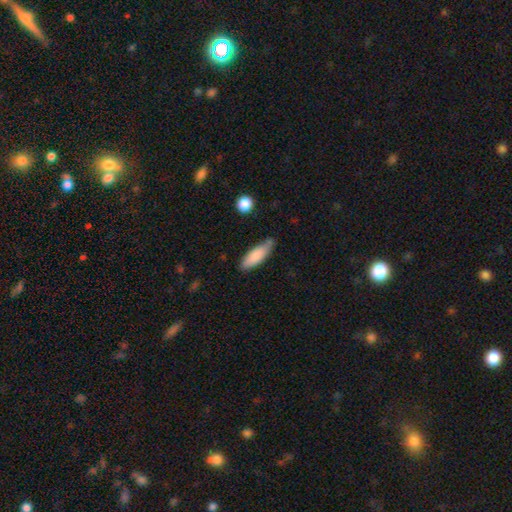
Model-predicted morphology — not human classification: Smooth or featured? Predicted: smooth (p=0.84). How rounded? Predicted: in between (p=0.58). Merging? Predicted: none (p=0.66).